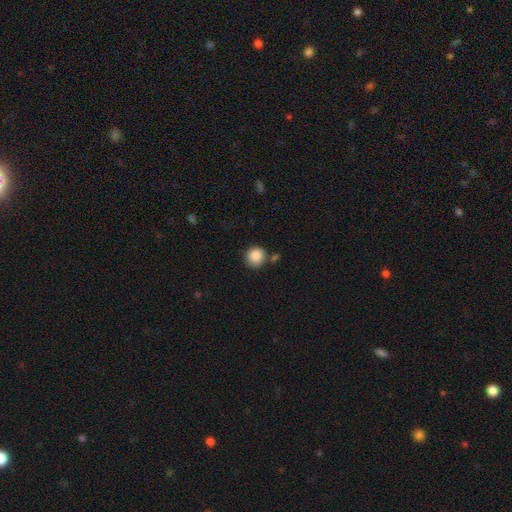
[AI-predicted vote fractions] Smooth or featured?
  - smooth: 87% *
  - star or artifact: 8%
  - featured or disk: 4%
How rounded?
  - round: 89% *
  - in between: 10%
  - cigar-shaped: 1%
Merging?
  - none: 75% *
  - minor disturbance: 12%
  - merger: 9%
  - major disturbance: 3%